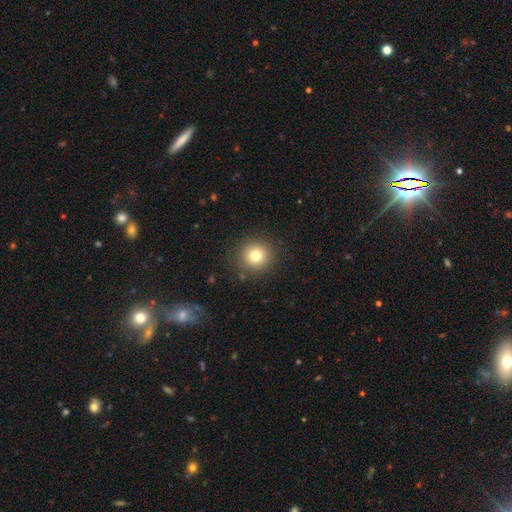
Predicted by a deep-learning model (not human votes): The model was most divided on "smooth or featured": smooth: 78%, star or artifact: 13%, featured or disk: 10%. More confident: how rounded — round (93%); merging — none (89%).